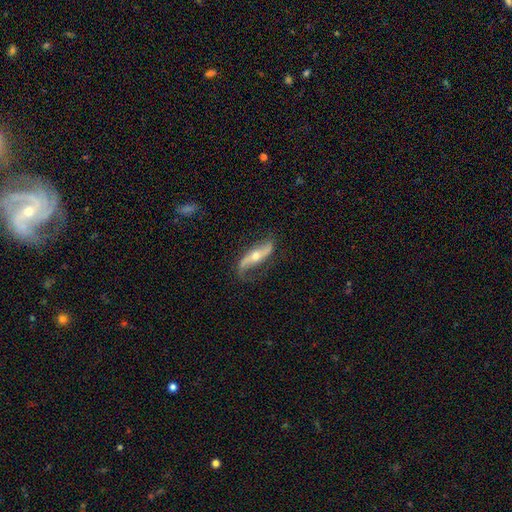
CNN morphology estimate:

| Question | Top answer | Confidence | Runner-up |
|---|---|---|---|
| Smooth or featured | featured or disk | 82% | smooth (12%) |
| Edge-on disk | no | 78% | yes (22%) |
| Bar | no | 42% | strong (37%) |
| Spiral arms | yes | 92% | no (8%) |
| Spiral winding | loose | 81% | medium (13%) |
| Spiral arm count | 2 | 88% | 1 (7%) |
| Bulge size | moderate | 58% | small (37%) |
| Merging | none | 70% | minor disturbance (19%) |